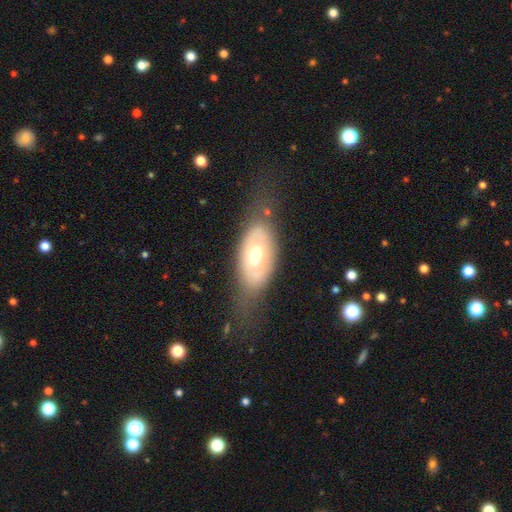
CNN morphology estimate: Q: Smooth or featured?
A: featured or disk (51%); runner-up: smooth (43%)
Q: Edge-on disk?
A: no (84%); runner-up: yes (16%)
Q: Merging?
A: none (58%); runner-up: minor disturbance (23%)